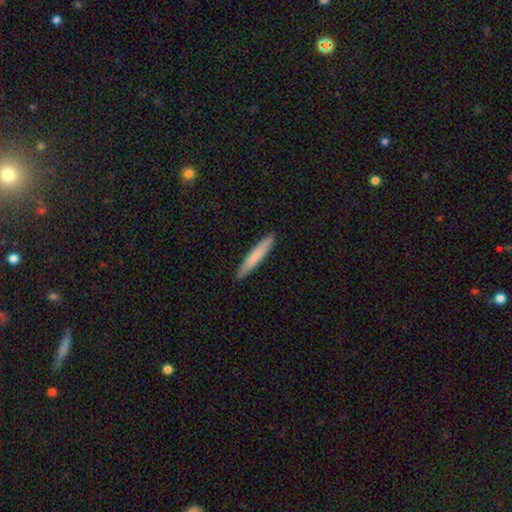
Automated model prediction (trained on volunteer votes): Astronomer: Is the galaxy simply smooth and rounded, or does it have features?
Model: smooth — 77%.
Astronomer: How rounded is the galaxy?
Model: cigar-shaped — 95%.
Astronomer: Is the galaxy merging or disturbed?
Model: none — 91%.